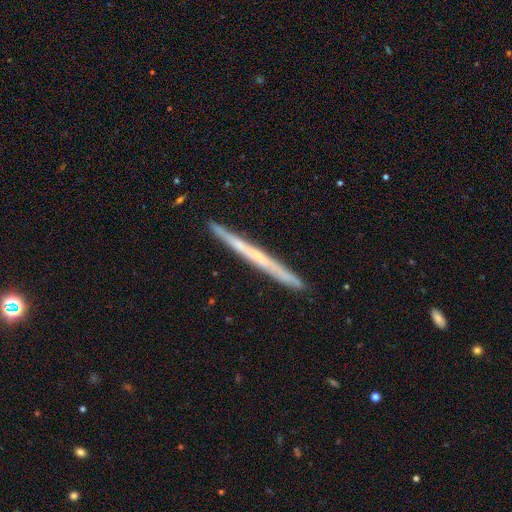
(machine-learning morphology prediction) smooth-or-featured: featured or disk: 62% | smooth: 32% | star or artifact: 6%
  disk-edge-on: yes: 97% | no: 3%
    edge-on-bulge: none: 74% | rounded: 22% | boxy: 4%
  merging: none: 91% | minor disturbance: 6% | merger: 1% | major disturbance: 1%